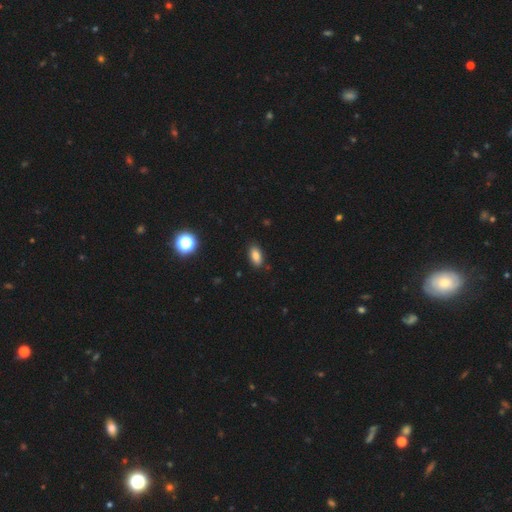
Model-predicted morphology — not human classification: smooth 82%, star or artifact 11%, featured or disk 7%. Down the decision tree: how rounded — in between (90%); merging — none (87%).